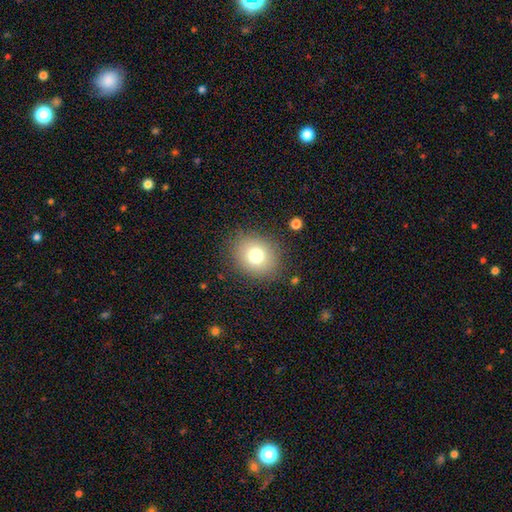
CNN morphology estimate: Smooth or featured?
  - smooth: 76% *
  - star or artifact: 12%
  - featured or disk: 11%
How rounded?
  - round: 64% *
  - in between: 35%
  - cigar-shaped: 1%
Merging?
  - none: 85% *
  - minor disturbance: 10%
  - major disturbance: 4%
  - merger: 1%